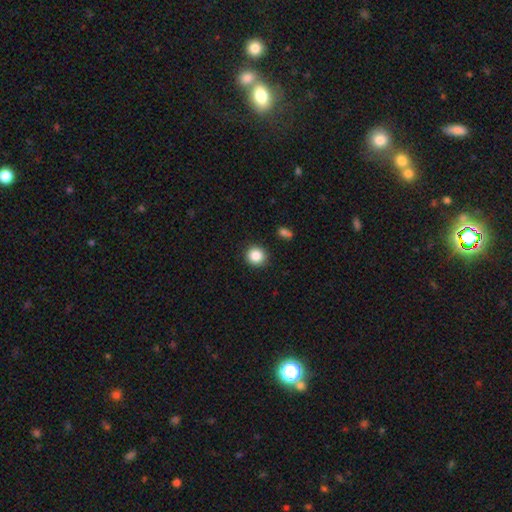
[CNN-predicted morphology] Smooth or featured? Predicted: smooth (p=0.86). How rounded? Predicted: round (p=0.91). Merging? Predicted: none (p=0.91).